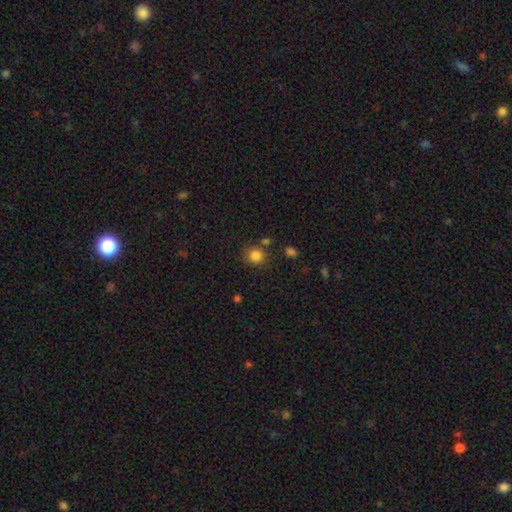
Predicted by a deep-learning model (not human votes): smooth-or-featured: smooth: 83% | star or artifact: 12% | featured or disk: 5%
  how-rounded: round: 84% | in between: 15% | cigar-shaped: 1%
  merging: none: 79% | minor disturbance: 10% | merger: 7% | major disturbance: 4%